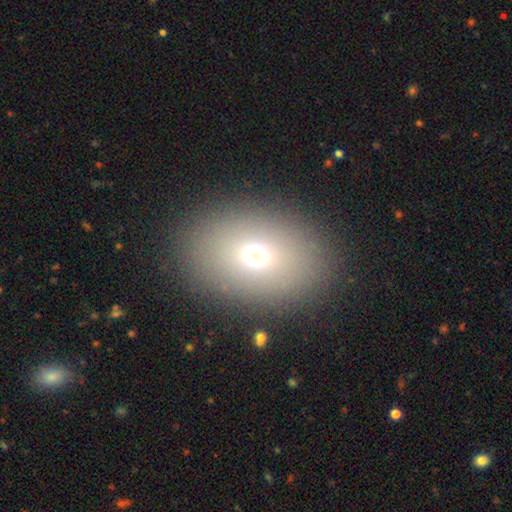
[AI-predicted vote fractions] Smooth or featured?
  - smooth: 69% *
  - featured or disk: 16%
  - star or artifact: 15%
How rounded?
  - in between: 73% *
  - round: 26%
  - cigar-shaped: 1%
Merging?
  - none: 88% *
  - minor disturbance: 7%
  - major disturbance: 4%
  - merger: 1%